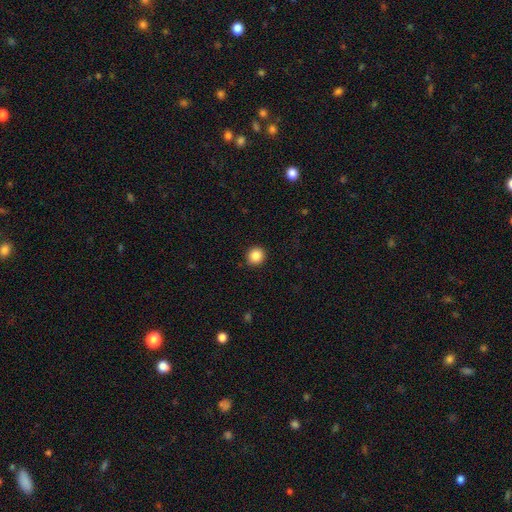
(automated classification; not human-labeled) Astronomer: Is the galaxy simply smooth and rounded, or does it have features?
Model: smooth — 87%.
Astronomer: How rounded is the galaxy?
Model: round — 92%.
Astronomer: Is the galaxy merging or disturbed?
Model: none — 91%.